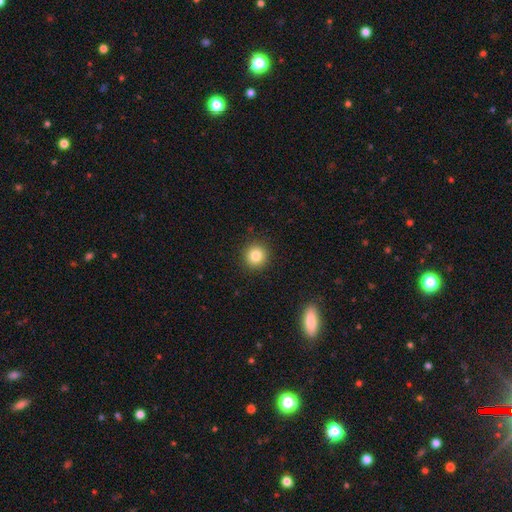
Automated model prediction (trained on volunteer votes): Q: Smooth or featured?
A: smooth (84%); runner-up: star or artifact (10%)
Q: How rounded?
A: round (93%); runner-up: in between (6%)
Q: Merging?
A: none (91%); runner-up: minor disturbance (6%)